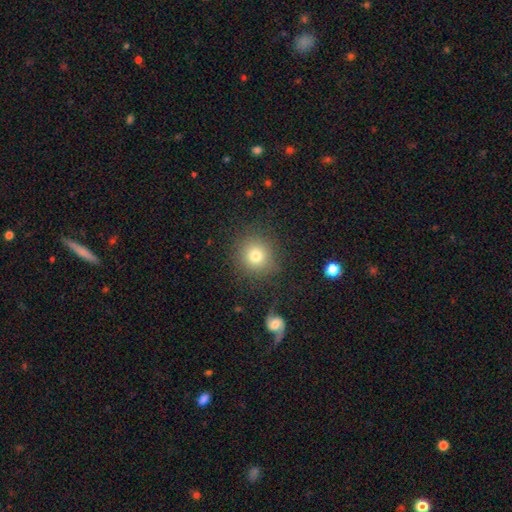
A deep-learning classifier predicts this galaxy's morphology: Smooth or featured? smooth (78%)
How rounded? round (89%)
Merging? none (85%)